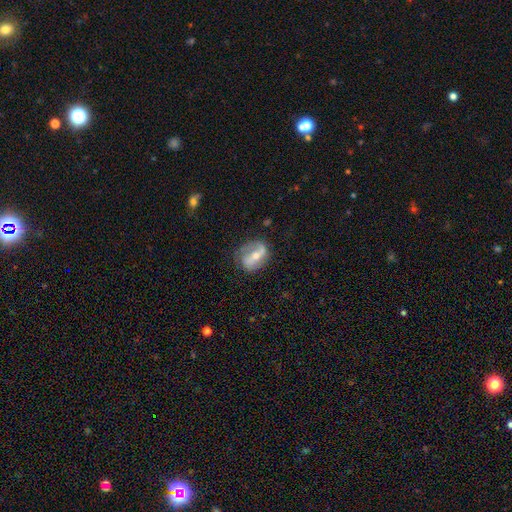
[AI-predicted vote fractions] smooth_or_featured: featured or disk (p=0.77) [alt: smooth p=0.16]
disk_edge_on: no (p=0.95) [alt: yes p=0.05]
bar: strong (p=0.50) [alt: weak p=0.31]
has_spiral_arms: yes (p=0.85) [alt: no p=0.15]
spiral_winding: loose (p=0.41) [alt: medium p=0.37]
spiral_arm_count: 2 (p=0.82) [alt: can't tell p=0.07]
bulge_size: moderate (p=0.54) [alt: small p=0.41]
merging: none (p=0.73) [alt: minor disturbance p=0.18]